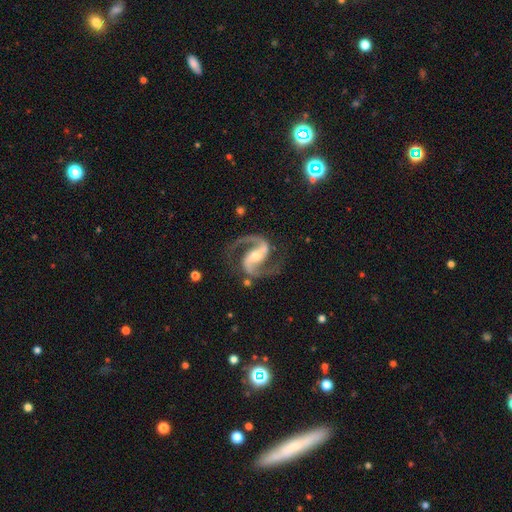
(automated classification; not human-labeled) This appears to be a featured or disk galaxy (94%) with a strong bar (44%), 2 (95%) medium (67%) spiral arms (99%) and a moderate central bulge (55%). Merging: none (80%).